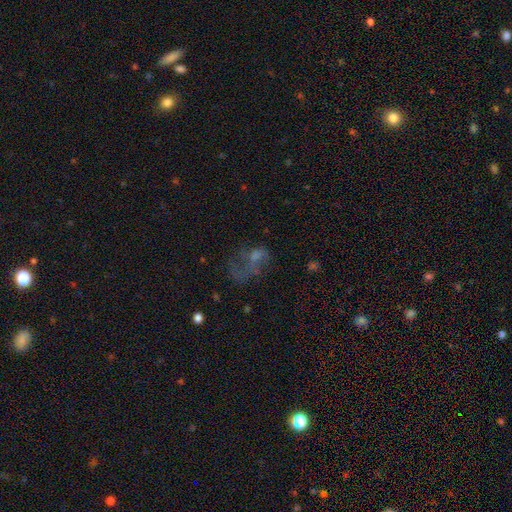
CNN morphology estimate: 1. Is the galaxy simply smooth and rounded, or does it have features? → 41% featured or disk, 37% smooth, 22% star or artifact.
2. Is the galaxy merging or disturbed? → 52% major disturbance, 26% none, 15% minor disturbance, 6% merger.